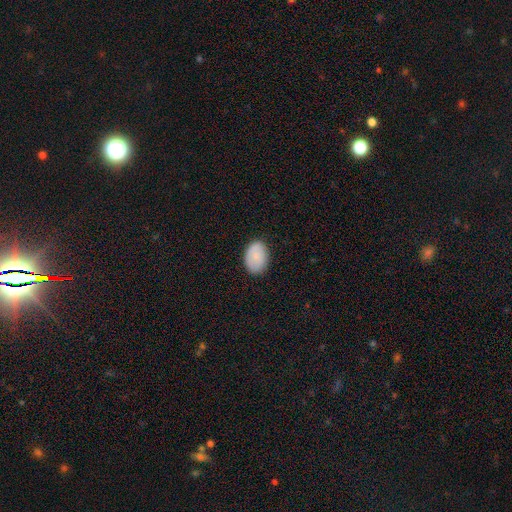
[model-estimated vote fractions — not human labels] Smooth or featured? Predicted: smooth (p=0.86). How rounded? Predicted: in between (p=0.85). Merging? Predicted: none (p=0.84).